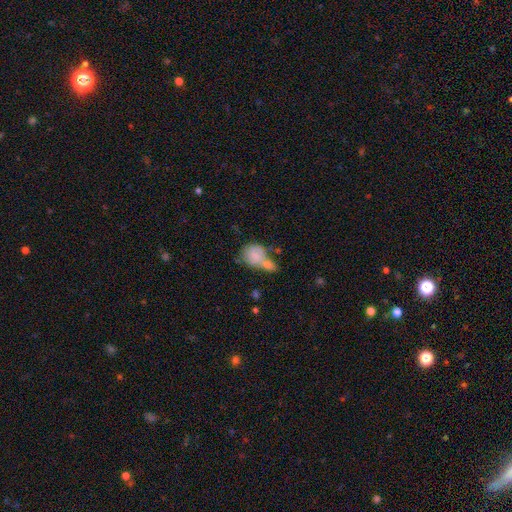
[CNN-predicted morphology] This is likely a smooth galaxy (78%). How rounded: likely round (62%). Merging: possibly merger (57%).